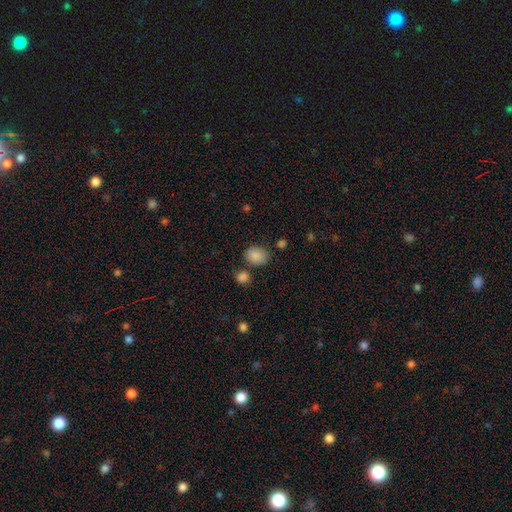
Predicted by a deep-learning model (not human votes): This appears to be a smooth galaxy with no disk features (87%) that is in between round and cigar-shaped (58%). Merging: none (74%).